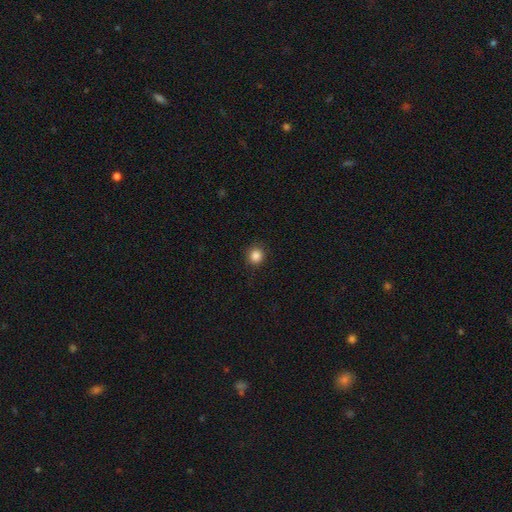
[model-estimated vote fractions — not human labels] Smooth or featured: smooth — 86% (star or artifact — 11%)
How rounded: round — 89% (in between — 10%)
Merging: none — 89% (minor disturbance — 8%)